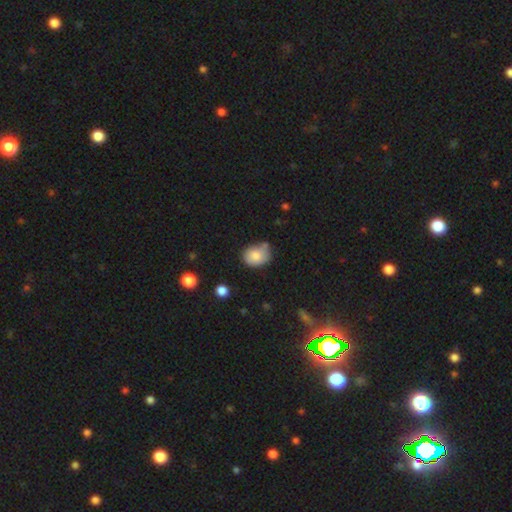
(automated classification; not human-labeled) Smooth or featured?
  - smooth: 81% *
  - featured or disk: 10%
  - star or artifact: 9%
How rounded?
  - round: 51% *
  - in between: 48%
  - cigar-shaped: 1%
Merging?
  - none: 56% *
  - minor disturbance: 27%
  - merger: 11%
  - major disturbance: 6%